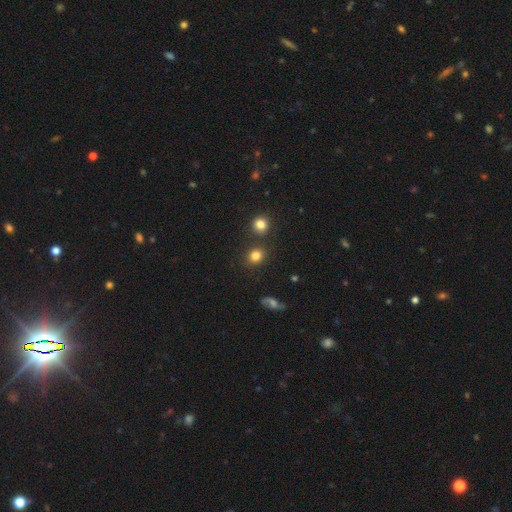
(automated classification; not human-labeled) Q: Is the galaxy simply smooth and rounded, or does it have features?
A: smooth — 80%.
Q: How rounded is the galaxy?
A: round — 65%.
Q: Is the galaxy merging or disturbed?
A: none — 78%.